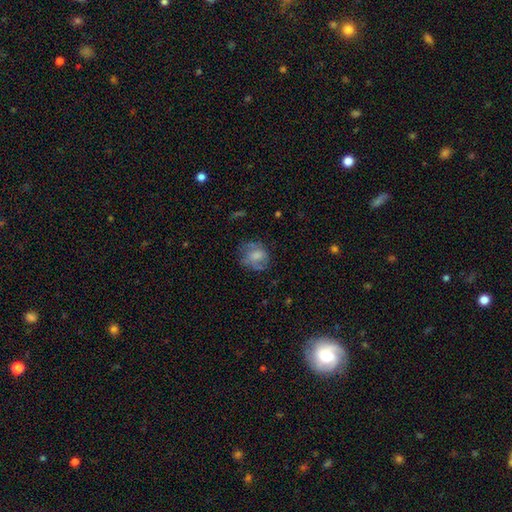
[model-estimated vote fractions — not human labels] Smooth or featured? smooth (60%)
How rounded? round (62%)
Merging? none (49%)